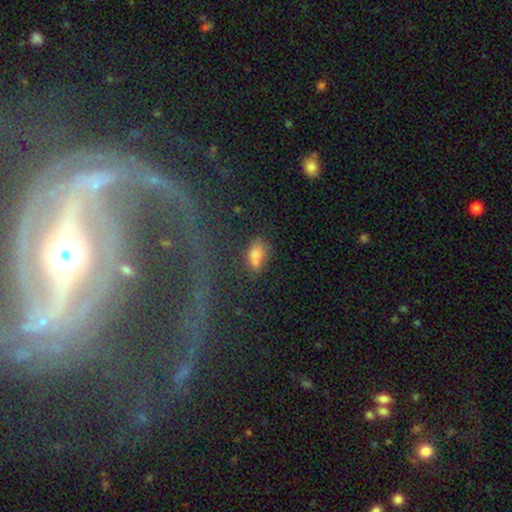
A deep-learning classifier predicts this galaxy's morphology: smooth_or_featured: smooth (p=0.75) [alt: star or artifact p=0.13]
how_rounded: in between (p=0.86) [alt: round p=0.08]
merging: none (p=0.51) [alt: minor disturbance p=0.23]